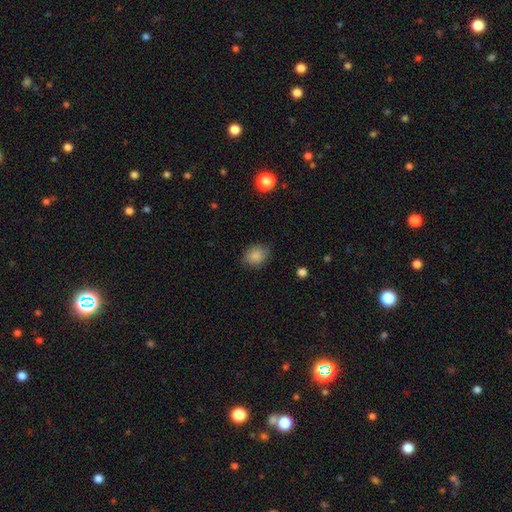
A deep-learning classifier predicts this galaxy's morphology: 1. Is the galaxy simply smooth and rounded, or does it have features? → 86% smooth, 8% star or artifact, 6% featured or disk.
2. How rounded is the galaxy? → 53% round, 46% in between, 1% cigar-shaped.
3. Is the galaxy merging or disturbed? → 79% none, 17% minor disturbance, 4% major disturbance, 1% merger.